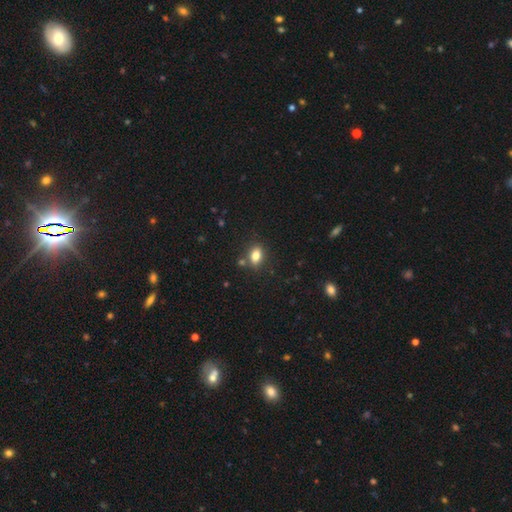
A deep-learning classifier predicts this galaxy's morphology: smooth_or_featured: smooth (p=0.82) [alt: star or artifact p=0.10]
how_rounded: in between (p=0.79) [alt: round p=0.18]
merging: none (p=0.78) [alt: minor disturbance p=0.11]